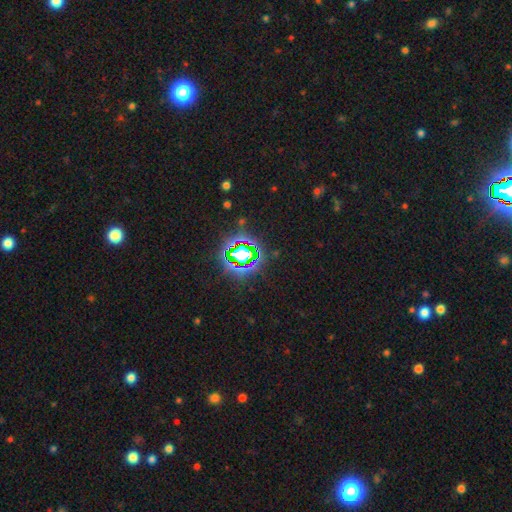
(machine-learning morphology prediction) smooth_or_featured: star or artifact (p=0.80) [alt: smooth p=0.12]